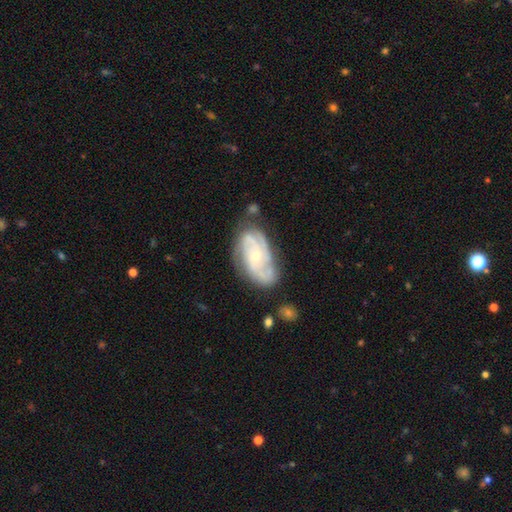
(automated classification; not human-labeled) Smooth or featured? featured or disk (83%)
Edge-on disk? no (96%)
Bar? no (72%)
Spiral arms? yes (95%)
Spiral winding? tight (55%)
Spiral arm count? 3 (35%)
Bulge size? small (62%)
Merging? none (67%)